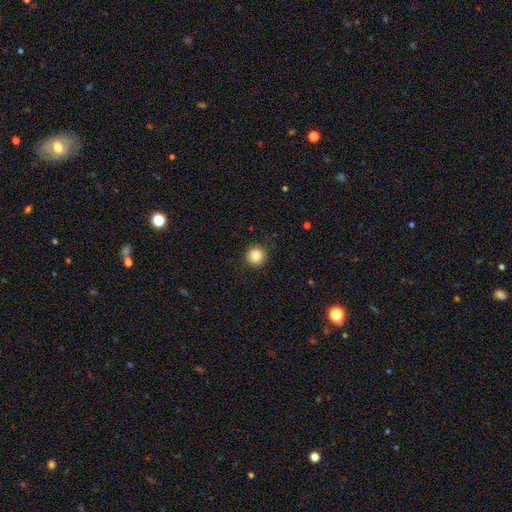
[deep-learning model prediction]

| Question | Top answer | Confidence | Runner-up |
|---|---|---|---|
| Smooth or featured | smooth | 87% | star or artifact (10%) |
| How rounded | round | 95% | in between (4%) |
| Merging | none | 90% | minor disturbance (7%) |